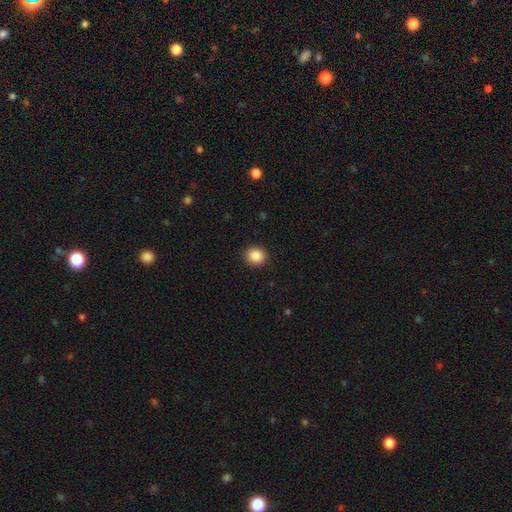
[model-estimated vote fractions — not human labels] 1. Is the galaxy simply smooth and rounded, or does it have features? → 87% smooth, 9% star or artifact, 4% featured or disk.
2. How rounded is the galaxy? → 82% round, 17% in between, 1% cigar-shaped.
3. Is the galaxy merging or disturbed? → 91% none, 6% minor disturbance, 2% major disturbance, 1% merger.